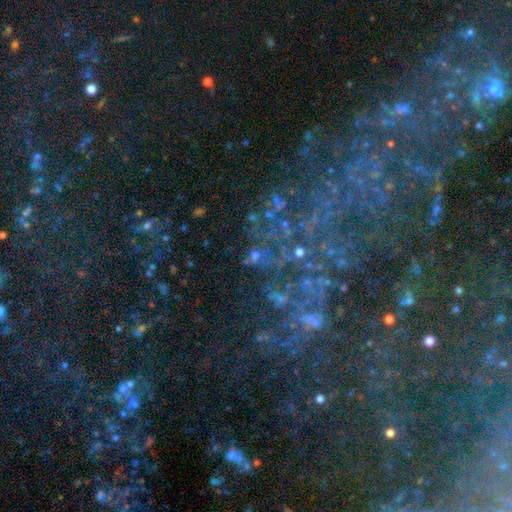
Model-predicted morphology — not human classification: type=featured or disk (40%); merging=none (60%).